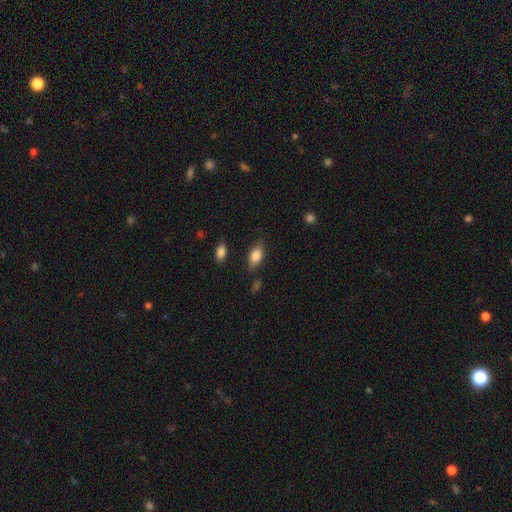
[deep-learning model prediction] Overall: smooth (78%). How rounded: in between (86%). Merging: none (75%).